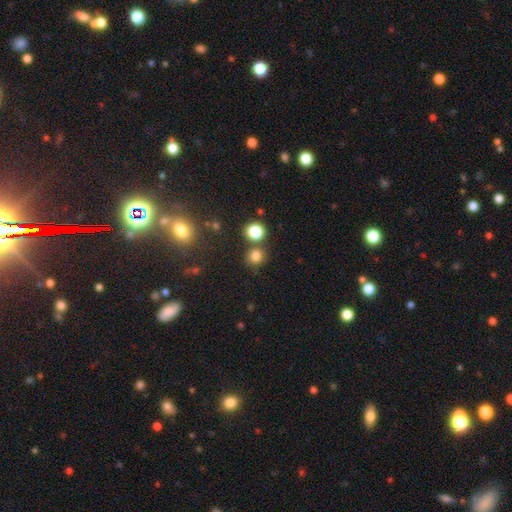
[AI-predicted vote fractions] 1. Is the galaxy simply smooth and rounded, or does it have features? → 78% smooth, 16% star or artifact, 6% featured or disk.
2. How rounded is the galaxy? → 87% round, 12% in between, 1% cigar-shaped.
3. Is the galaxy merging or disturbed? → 74% none, 15% merger, 8% minor disturbance, 3% major disturbance.